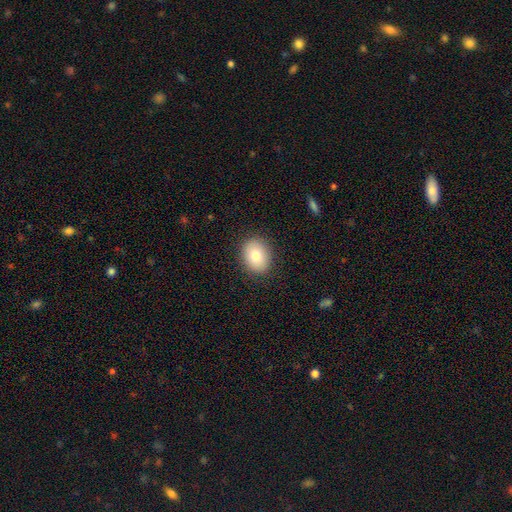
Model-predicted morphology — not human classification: A smooth galaxy with no disk features (79%) that is in between round and cigar-shaped (52%). Merging: none (88%).